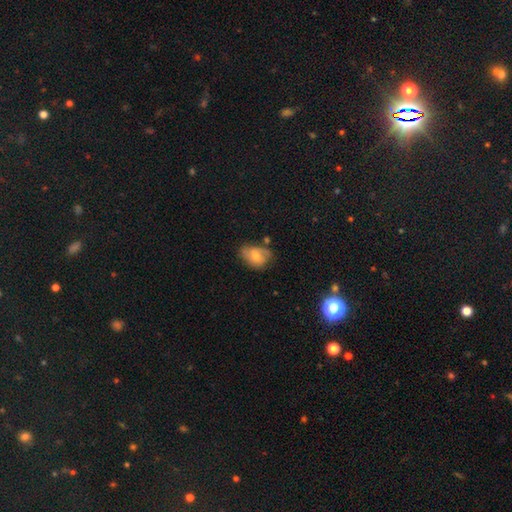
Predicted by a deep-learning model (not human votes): smooth 49%, featured or disk 42%, star or artifact 9%. Down the decision tree: merging — none (51%).